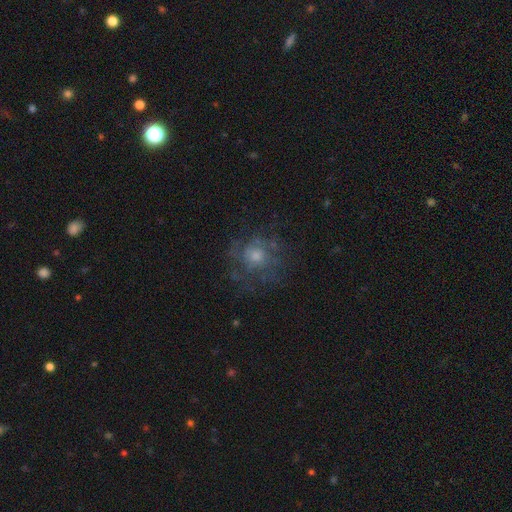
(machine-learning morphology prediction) Smooth or featured? smooth (44%)
Merging? none (62%)